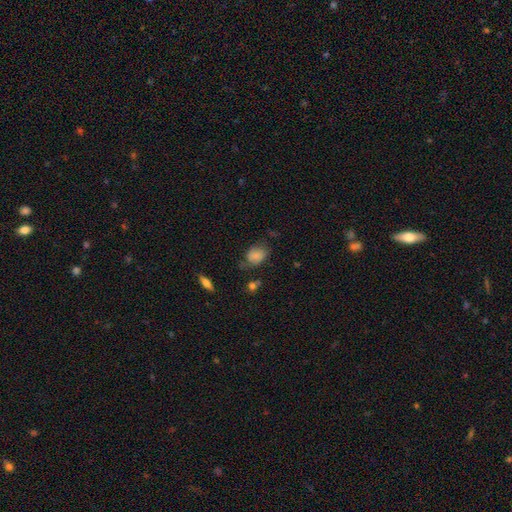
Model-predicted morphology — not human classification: Smooth or featured? Predicted: smooth (p=0.76). How rounded? Predicted: in between (p=0.75). Merging? Predicted: none (p=0.49).